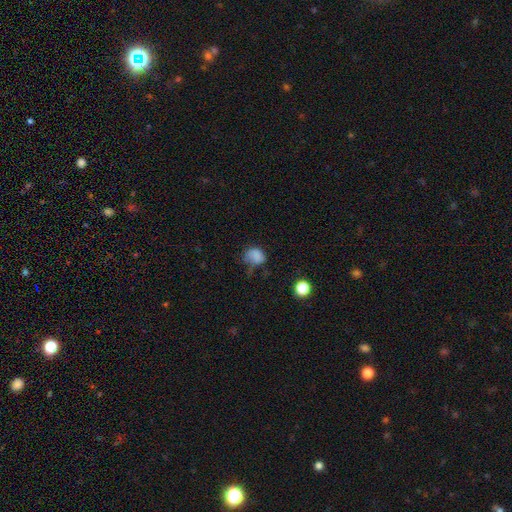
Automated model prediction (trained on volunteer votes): Overall: smooth (78%). How rounded: in between (53%; round 46%). Merging: none (38%; minor disturbance 34%).